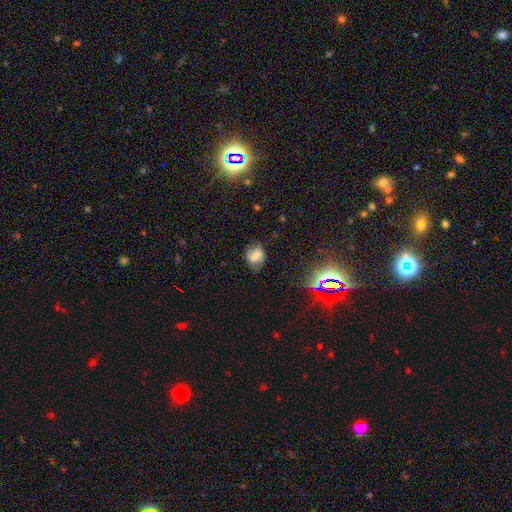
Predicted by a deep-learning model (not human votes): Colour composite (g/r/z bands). It shows a smooth galaxy with no disk features (55%) that is in between round and cigar-shaped (59%). Merging: none (67%).